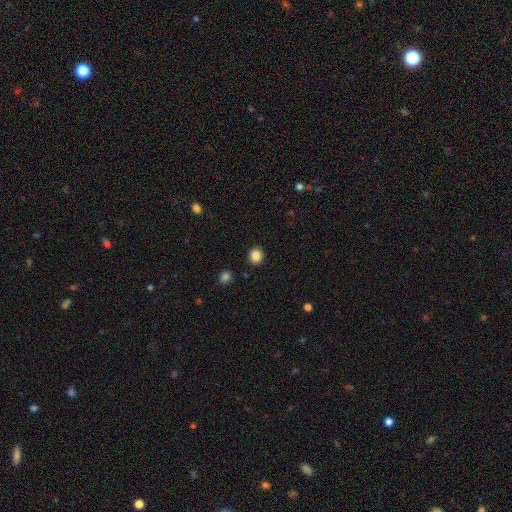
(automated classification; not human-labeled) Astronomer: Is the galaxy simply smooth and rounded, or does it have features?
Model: smooth — 86%.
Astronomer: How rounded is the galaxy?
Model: round — 82%.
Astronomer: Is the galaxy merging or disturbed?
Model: none — 91%.